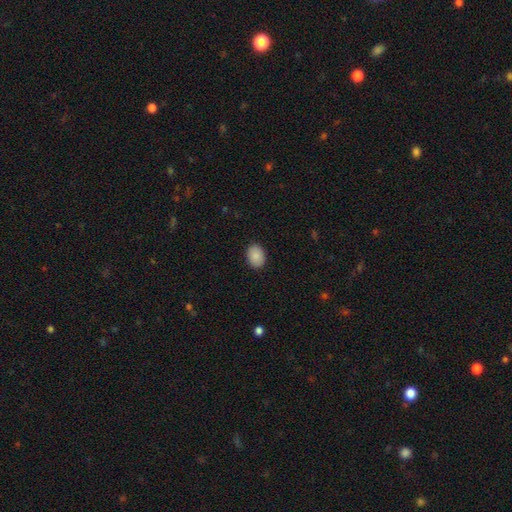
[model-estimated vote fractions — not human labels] Morphology: type=smooth (89%); roundness=in between (70%); merging=none (90%).